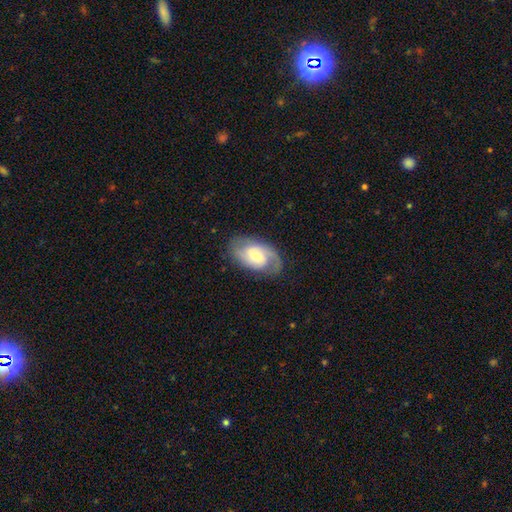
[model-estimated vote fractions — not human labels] Smooth or featured?
  - featured or disk: 71% *
  - smooth: 23%
  - star or artifact: 6%
Edge-on disk?
  - no: 96% *
  - yes: 4%
Bar?
  - weak: 46% *
  - no: 42%
  - strong: 11%
Spiral arms?
  - yes: 92% *
  - no: 8%
Spiral winding?
  - medium: 48% *
  - tight: 31%
  - loose: 21%
Spiral arm count?
  - 2: 74% *
  - can't tell: 12%
  - 1: 8%
  - 3: 4%
  - 4: 1%
  - more than 4: 1%
Bulge size?
  - small: 52% *
  - moderate: 35%
  - large: 7%
  - none: 4%
  - dominant: 2%
Merging?
  - none: 75% *
  - minor disturbance: 16%
  - major disturbance: 7%
  - merger: 1%